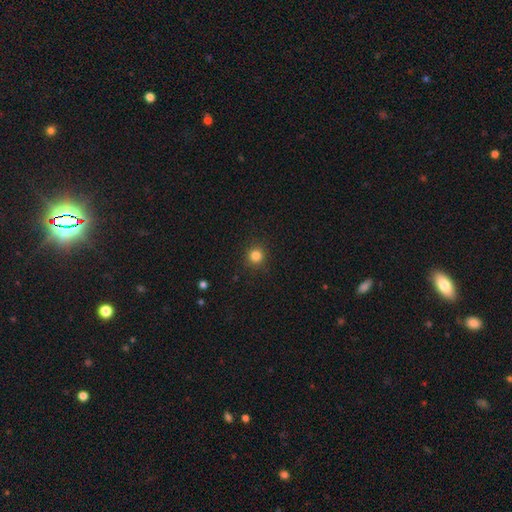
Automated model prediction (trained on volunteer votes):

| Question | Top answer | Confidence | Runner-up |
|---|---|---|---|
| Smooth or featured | smooth | 82% | star or artifact (13%) |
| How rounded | round | 94% | in between (5%) |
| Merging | none | 90% | minor disturbance (6%) |